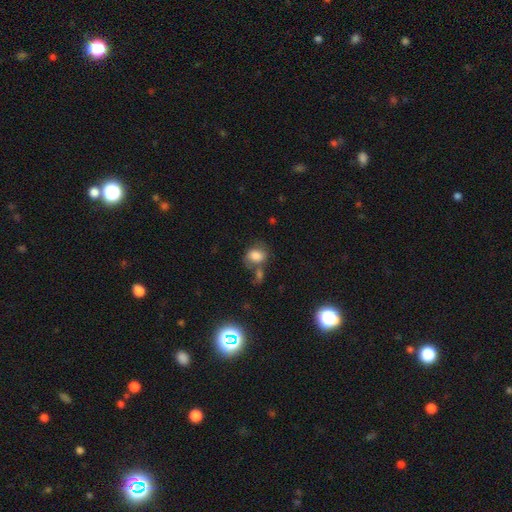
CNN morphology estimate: smooth 78%, featured or disk 11%, star or artifact 10%. Down the decision tree: how rounded — in between (63%); merging — none (45%).